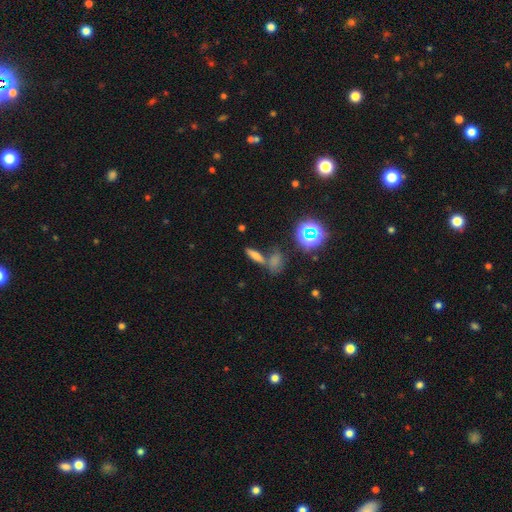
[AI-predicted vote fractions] The model was most divided on "how rounded": cigar-shaped: 52%, in between: 40%, round: 8%. More confident: smooth or featured — smooth (63%); merging — none (55%).